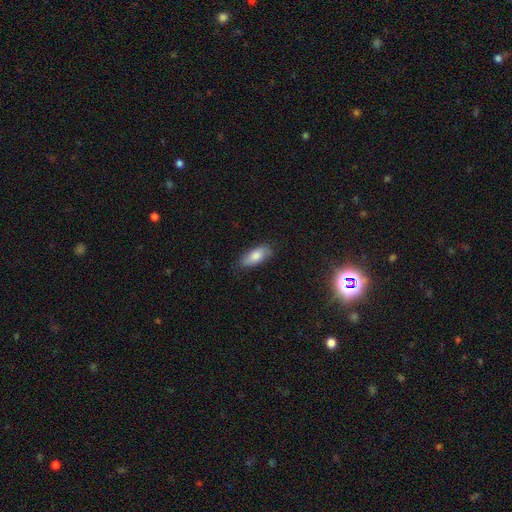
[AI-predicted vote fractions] Q: Smooth or featured?
A: smooth (79%); runner-up: featured or disk (14%)
Q: How rounded?
A: in between (83%); runner-up: cigar-shaped (14%)
Q: Merging?
A: none (80%); runner-up: minor disturbance (16%)